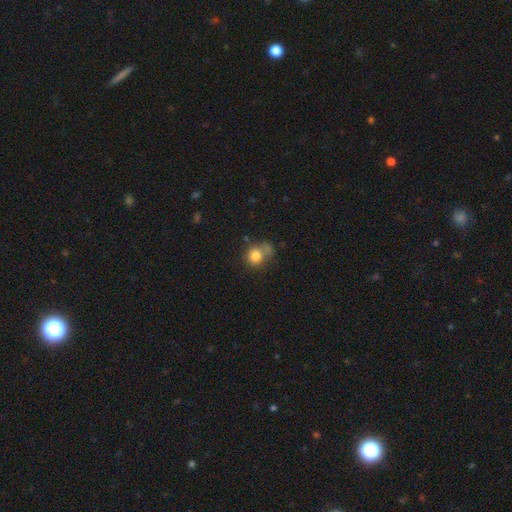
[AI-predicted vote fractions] Smooth or featured?
  - smooth: 81% *
  - star or artifact: 10%
  - featured or disk: 9%
How rounded?
  - round: 79% *
  - in between: 20%
  - cigar-shaped: 1%
Merging?
  - none: 49% *
  - merger: 21%
  - minor disturbance: 20%
  - major disturbance: 10%